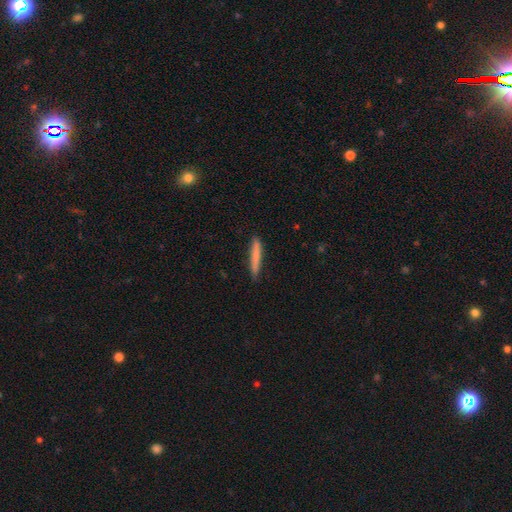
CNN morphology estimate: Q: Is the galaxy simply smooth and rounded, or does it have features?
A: smooth — 74%.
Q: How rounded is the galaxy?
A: cigar-shaped — 95%.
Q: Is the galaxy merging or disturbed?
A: none — 88%.